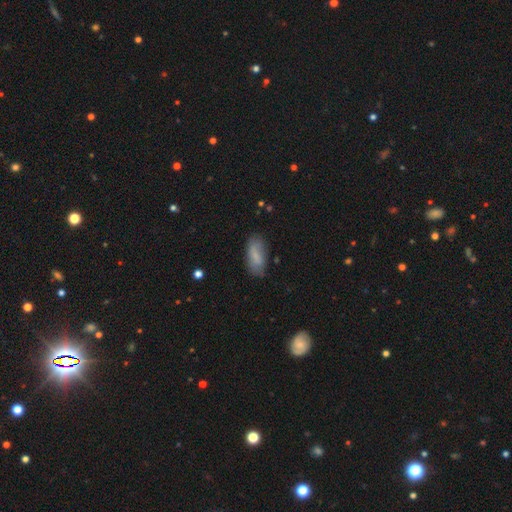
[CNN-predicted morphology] type=smooth (74%); roundness=in between (81%); merging=none (71%).